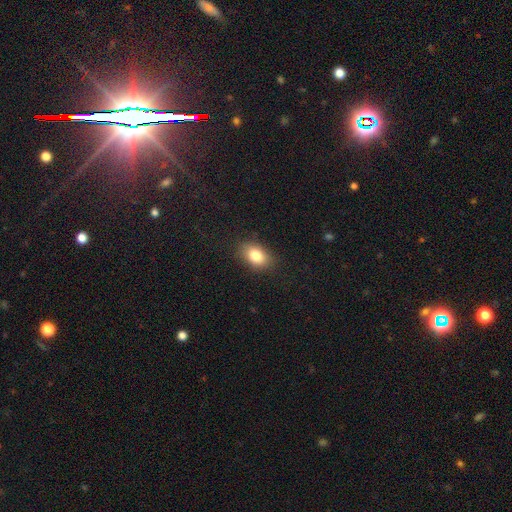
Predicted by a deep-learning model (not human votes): Morphology: type=smooth (83%); roundness=in between (84%); merging=none (84%).